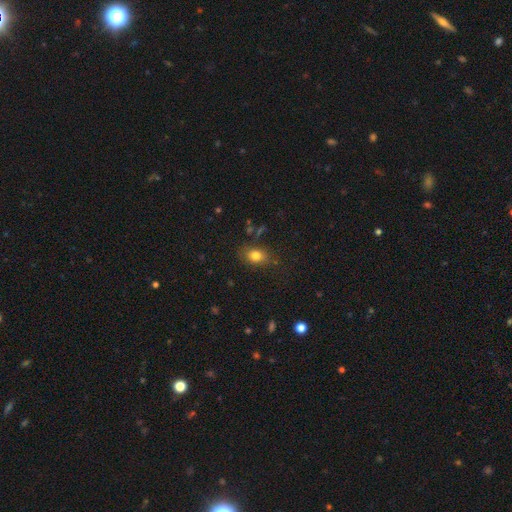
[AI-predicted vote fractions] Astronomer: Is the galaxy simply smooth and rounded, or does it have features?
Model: smooth — 79%.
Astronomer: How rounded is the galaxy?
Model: in between — 71%.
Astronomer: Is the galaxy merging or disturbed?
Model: none — 76%.